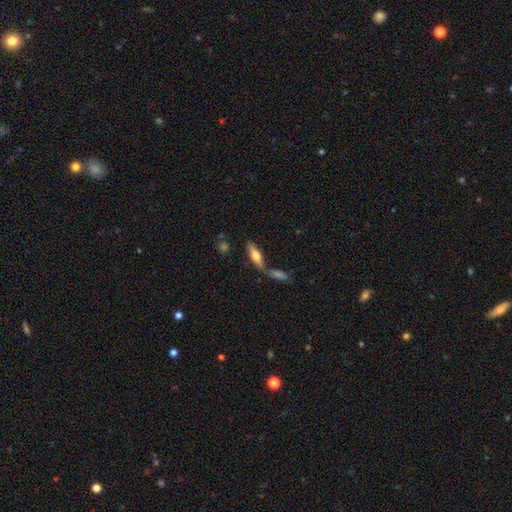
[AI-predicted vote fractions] Overall: smooth (56%; featured or disk 37%). How rounded: cigar-shaped (52%; in between 46%). Merging: none (60%; merger 25%).